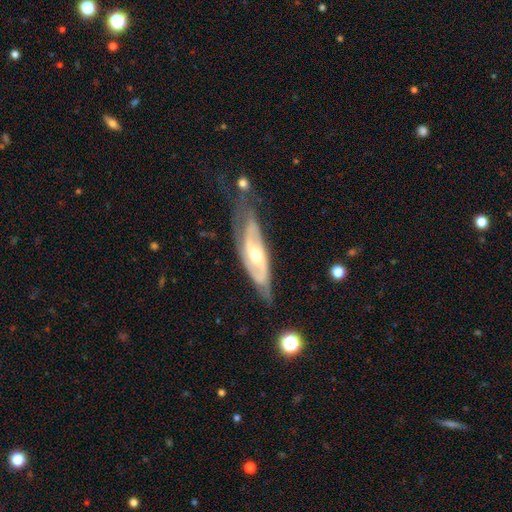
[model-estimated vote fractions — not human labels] This is clearly a featured or disk galaxy (83%). It is clearly not viewed edge-on (83%). Bar: marginally no (45%). Spiral arm pattern: clearly yes (91%). Spiral arm count: likely 2 (72%). Spiral winding: marginally medium (42%). Central bulge: likely moderate (63%). Merging: possibly none (53%).